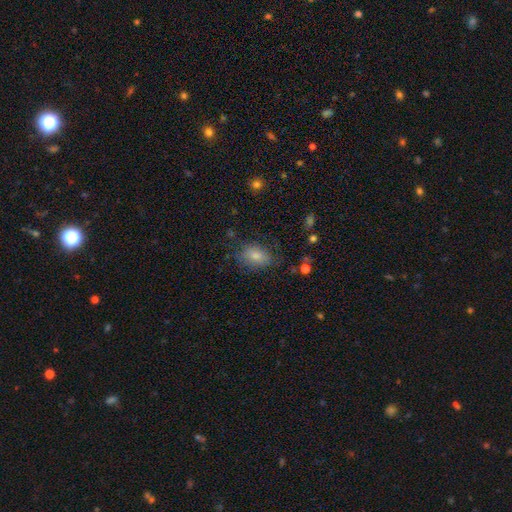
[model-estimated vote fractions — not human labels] Smooth or featured? Predicted: smooth (p=0.80). How rounded? Predicted: in between (p=0.82). Merging? Predicted: none (p=0.67).